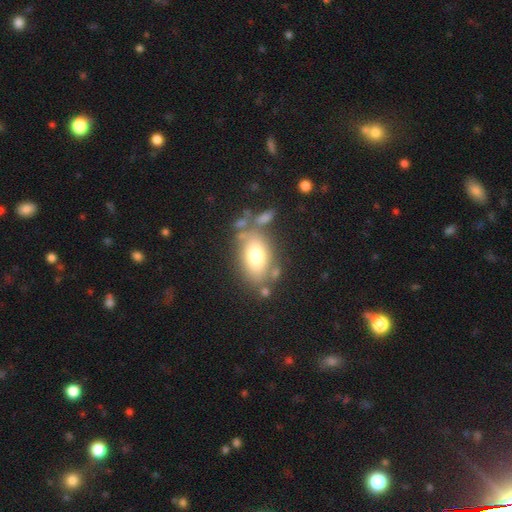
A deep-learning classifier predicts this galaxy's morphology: The model was most divided on "merging": none: 64%, minor disturbance: 16%, merger: 12%, major disturbance: 8%. More confident: how rounded — in between (86%); smooth or featured — smooth (73%).